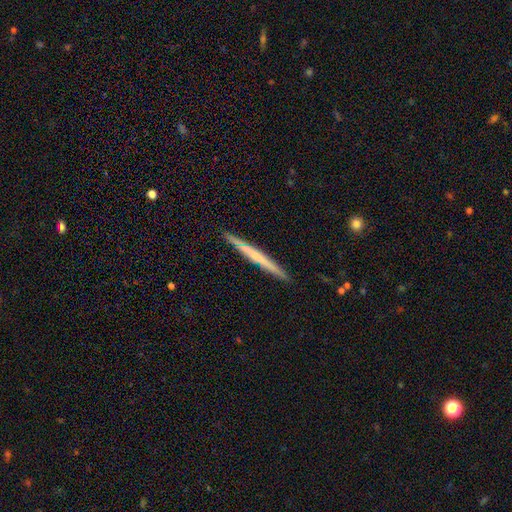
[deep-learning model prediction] featured or disk 49%, smooth 45%, star or artifact 6%. Down the decision tree: merging — none (92%).